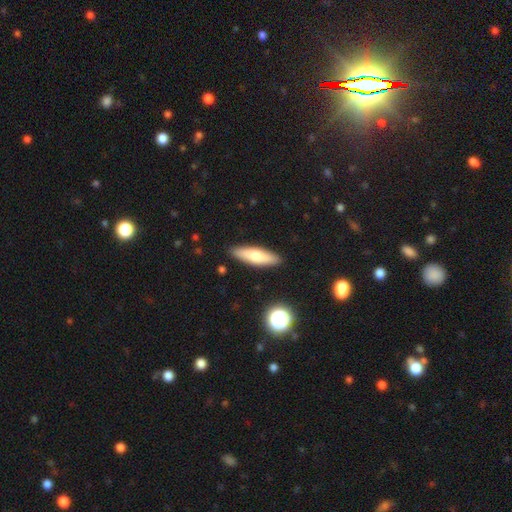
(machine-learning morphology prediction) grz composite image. It shows a smooth galaxy with no disk features (65%) that is cigar-shaped (58%). Merging: none (89%).